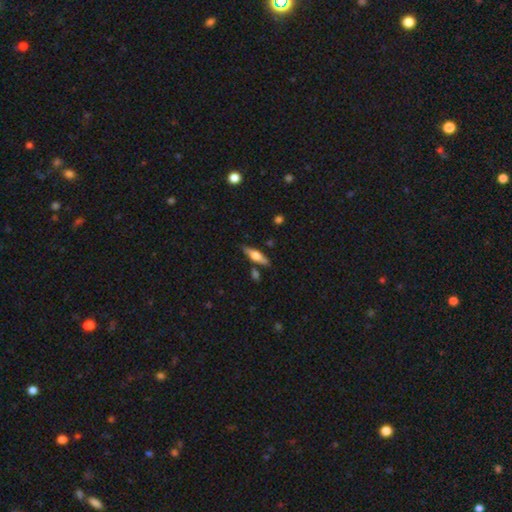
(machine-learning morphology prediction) The model was most divided on "smooth or featured": featured or disk: 57%, smooth: 37%, star or artifact: 6%. More confident: edge-on disk — yes (94%); edge-on bulge — rounded (90%); merging — none (81%).